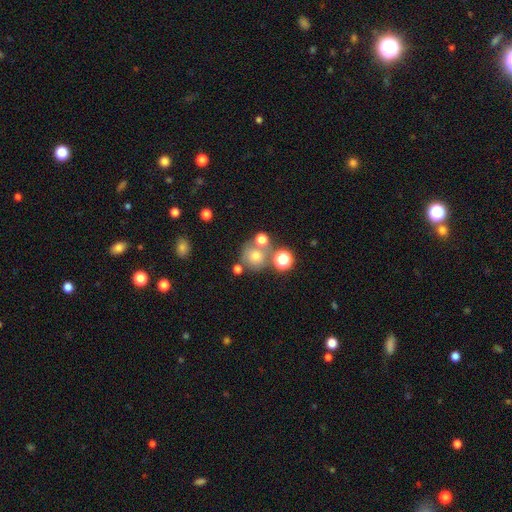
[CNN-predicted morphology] smooth_or_featured: smooth (p=0.67) [alt: star or artifact p=0.19]
how_rounded: round (p=0.88) [alt: in between p=0.11]
merging: none (p=0.59) [alt: merger p=0.25]